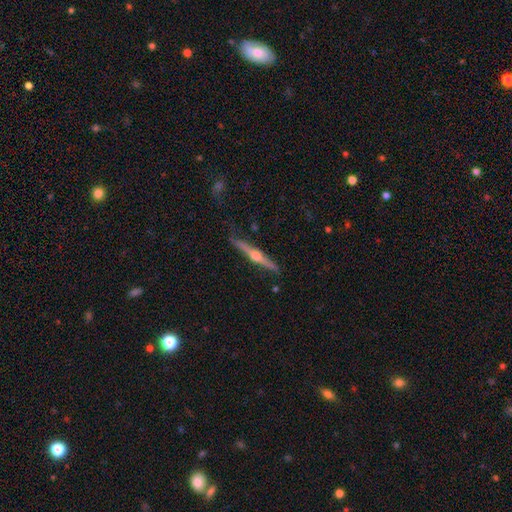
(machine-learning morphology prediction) This appears to be a featured or disk galaxy (81%) viewed edge-on (98%) with a rounded central bulge (95%). Merging: none (85%).